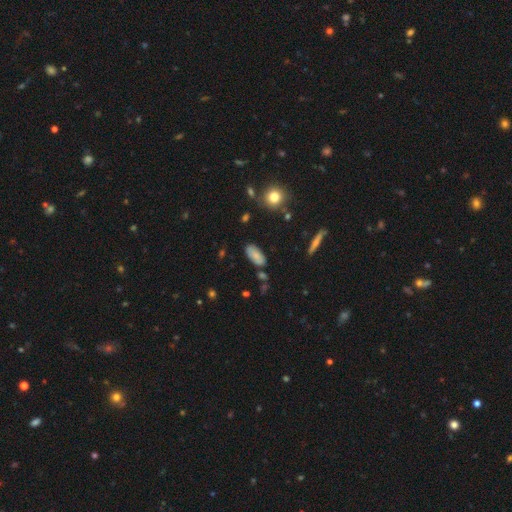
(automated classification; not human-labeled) smooth-or-featured: smooth: 78% | featured or disk: 14% | star or artifact: 8%
  how-rounded: in between: 87% | cigar-shaped: 10% | round: 2%
  merging: none: 78% | minor disturbance: 15% | merger: 4% | major disturbance: 3%